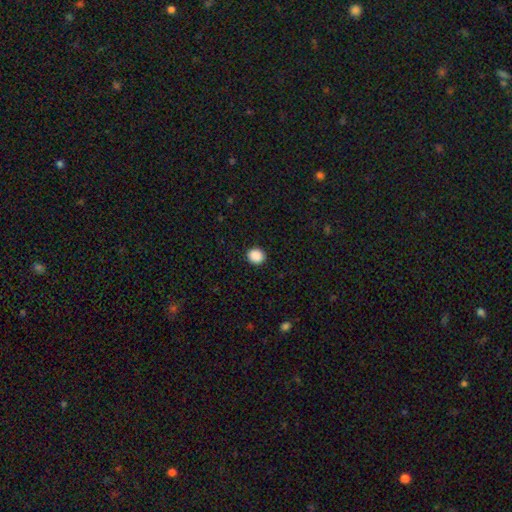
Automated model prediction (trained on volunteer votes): Overall: smooth (89%). How rounded: round (83%). Merging: none (92%).